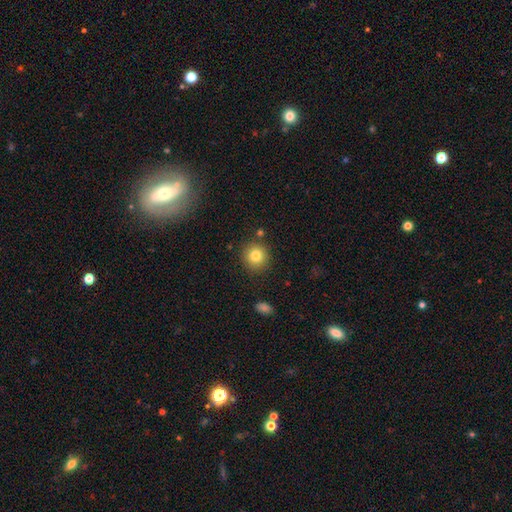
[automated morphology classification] type=smooth (81%); roundness=round (92%); merging=none (86%).